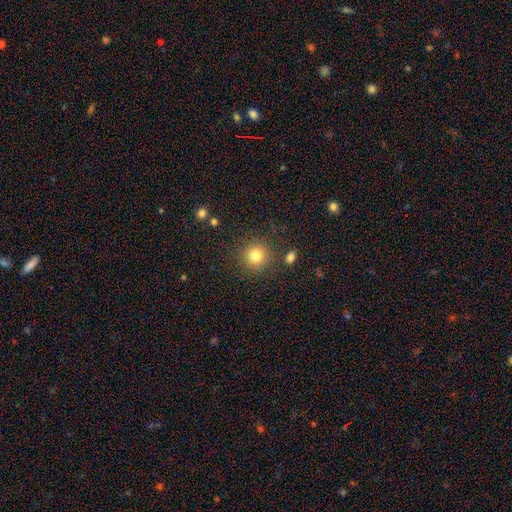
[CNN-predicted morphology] A smooth galaxy with no disk features (81%) that is round (93%). Merging: none (86%).